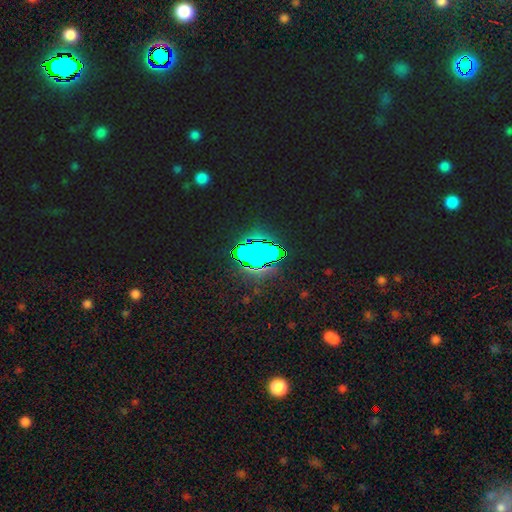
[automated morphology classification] Q: Smooth or featured?
A: star or artifact (80%); runner-up: smooth (12%)